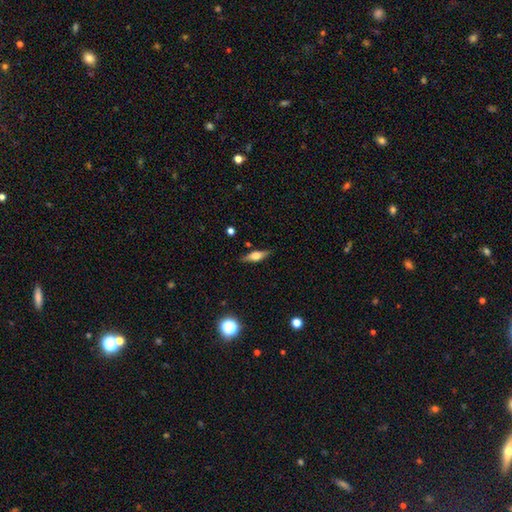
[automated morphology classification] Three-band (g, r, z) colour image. It shows a featured or disk galaxy (53%) viewed edge-on (93%). Merging: none (85%).